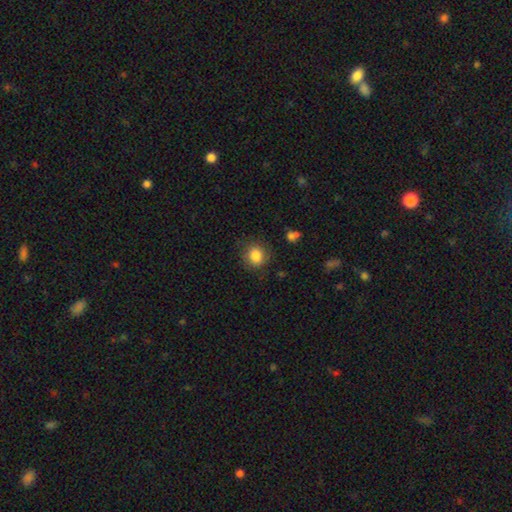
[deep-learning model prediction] Smooth or featured? smooth (84%)
How rounded? round (81%)
Merging? none (81%)